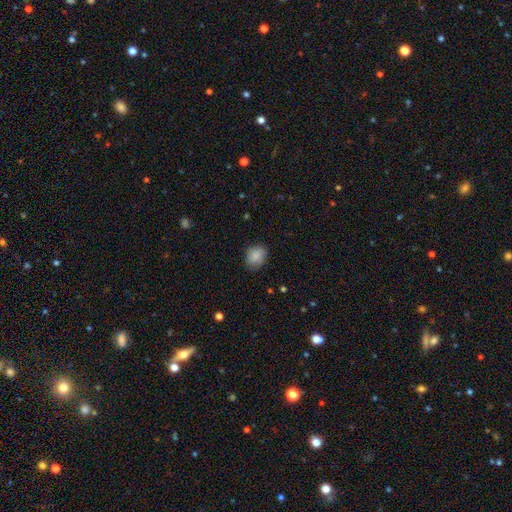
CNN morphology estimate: smooth_or_featured: smooth (p=0.87) [alt: star or artifact p=0.08]
how_rounded: round (p=0.55) [alt: in between p=0.44]
merging: none (p=0.80) [alt: minor disturbance p=0.15]